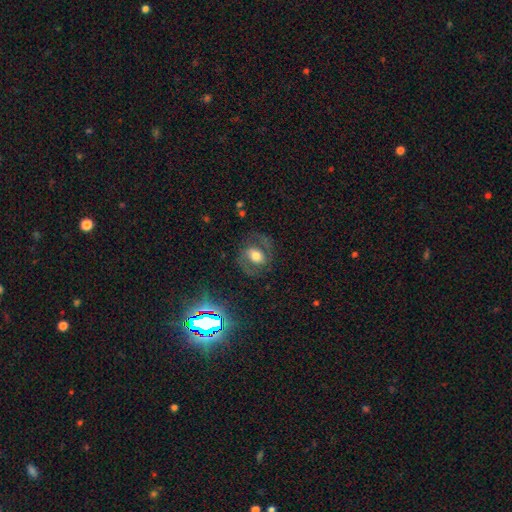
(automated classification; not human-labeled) Smooth or featured? Predicted: featured or disk (p=0.67). Edge-on disk? Predicted: no (p=0.97). Bar? Predicted: no (p=0.43). Spiral arms? Predicted: yes (p=0.86). Spiral winding? Predicted: medium (p=0.57). Spiral arm count? Predicted: 2 (p=0.89). Bulge size? Predicted: moderate (p=0.55). Merging? Predicted: none (p=0.74).